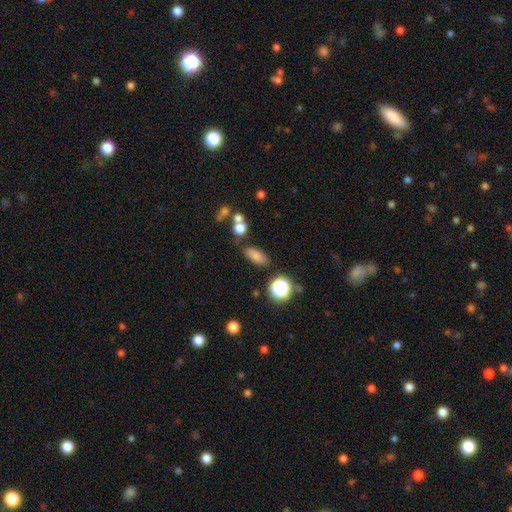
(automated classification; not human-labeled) This appears to be a smooth galaxy with no disk features (79%) that is in between round and cigar-shaped (81%). Merging: none (79%).